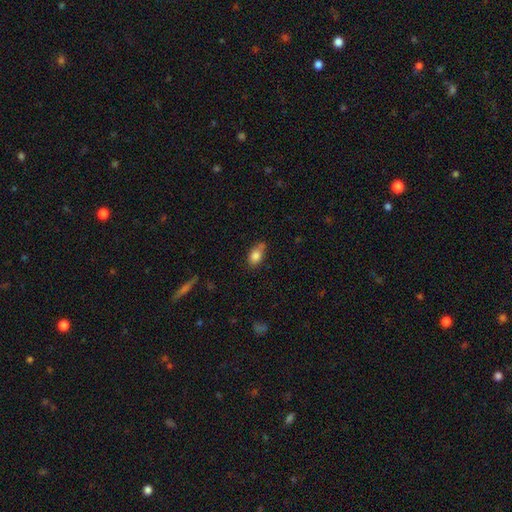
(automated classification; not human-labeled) smooth_or_featured: smooth (p=0.82) [alt: star or artifact p=0.09]
how_rounded: in between (p=0.81) [alt: round p=0.16]
merging: none (p=0.59) [alt: minor disturbance p=0.25]